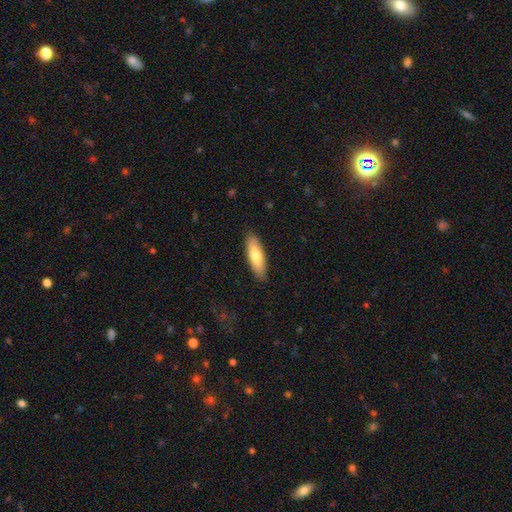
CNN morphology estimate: This is likely a smooth galaxy (73%). How rounded: possibly cigar-shaped (52%). Merging: clearly none (89%).